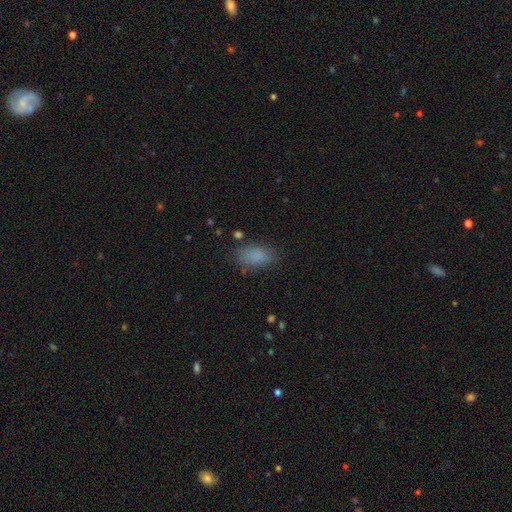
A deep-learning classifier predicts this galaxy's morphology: This appears to be a smooth galaxy with no disk features (85%) that is in between round and cigar-shaped (91%). Merging: none (80%).